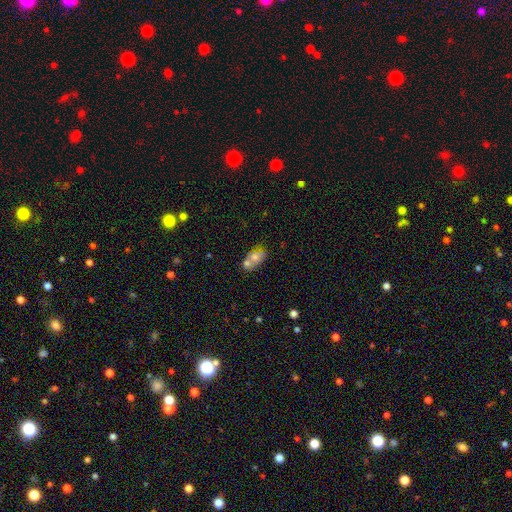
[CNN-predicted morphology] This is likely a smooth galaxy (65%). How rounded: likely in between (79%). Merging: marginally merger (42%).